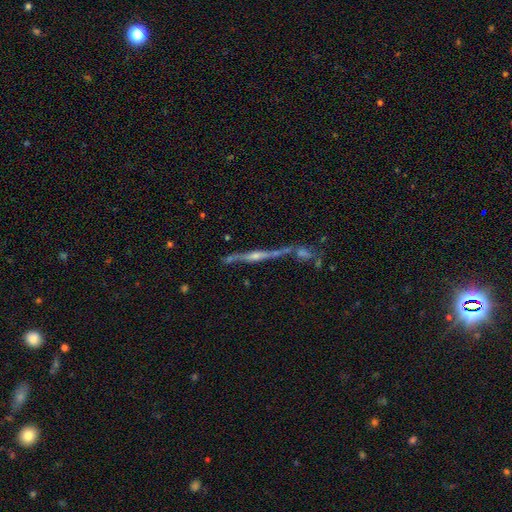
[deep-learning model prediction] The model was most divided on "merging": none: 59%, merger: 20%, minor disturbance: 14%, major disturbance: 7%. More confident: edge-on disk — yes (93%); edge-on bulge — rounded (79%); smooth or featured — featured or disk (77%).